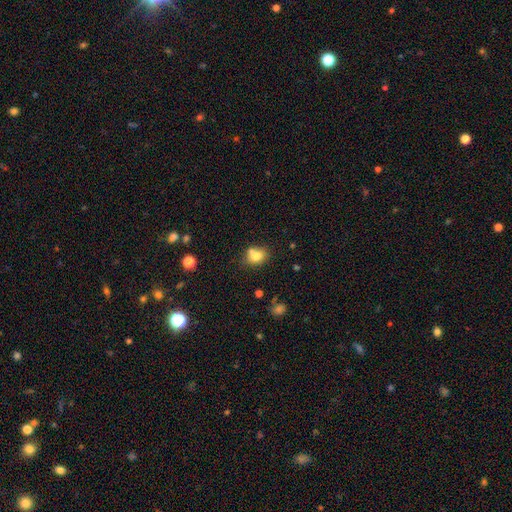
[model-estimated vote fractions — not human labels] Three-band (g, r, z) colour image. It shows a smooth galaxy with no disk features (75%) that is round (50%). Merging: none (50%).